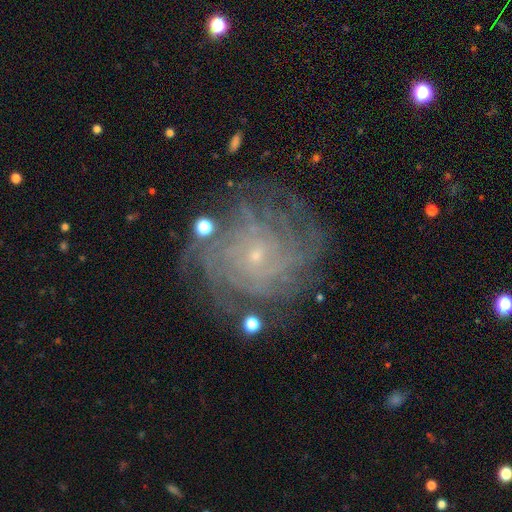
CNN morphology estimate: A featured or disk galaxy (83%) with no bar (74%), more than 4 (32%) tight (74%) spiral arms (95%) and a small central bulge (87%). Merging: none (77%).